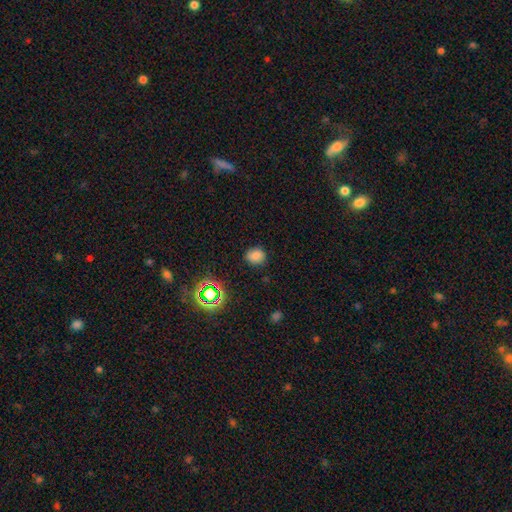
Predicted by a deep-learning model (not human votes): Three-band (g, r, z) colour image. It shows a smooth galaxy with no disk features (78%) that is round (66%). Merging: none (85%).